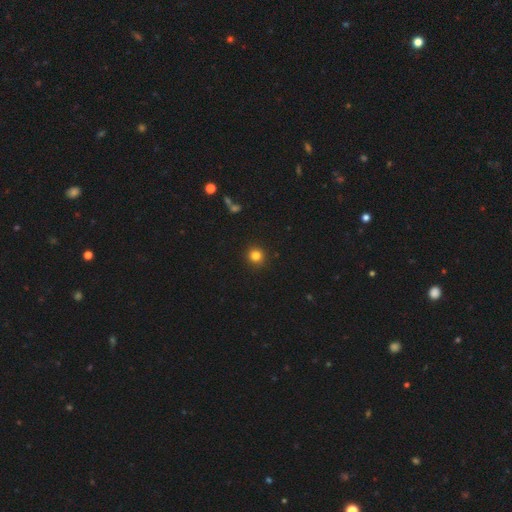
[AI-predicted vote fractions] smooth_or_featured: smooth (p=0.82) [alt: star or artifact p=0.13]
how_rounded: round (p=0.93) [alt: in between p=0.06]
merging: none (p=0.91) [alt: minor disturbance p=0.05]